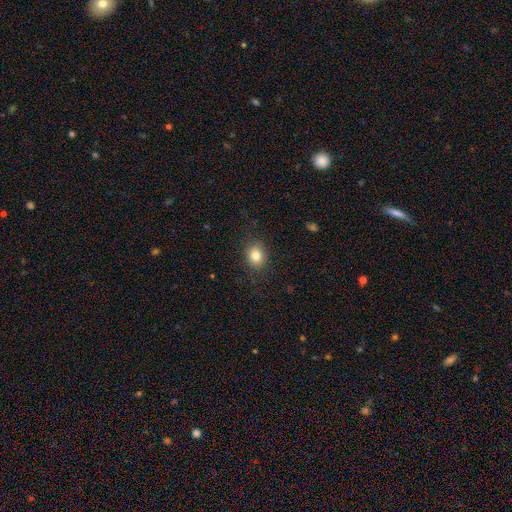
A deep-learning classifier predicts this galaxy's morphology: Smooth or featured? smooth (82%)
How rounded? round (55%)
Merging? none (85%)